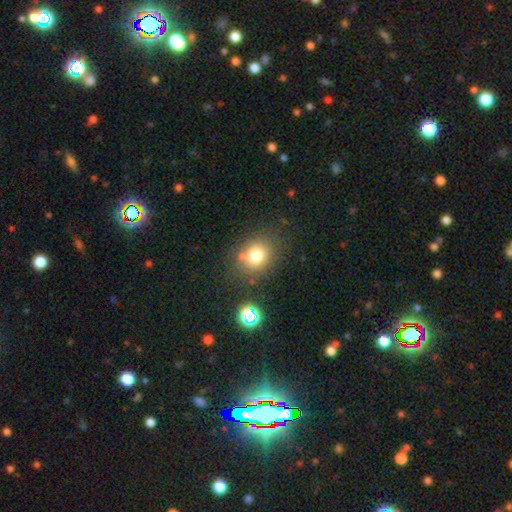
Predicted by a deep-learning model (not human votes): This is likely a smooth galaxy (76%). How rounded: likely round (67%). Merging: likely none (72%).